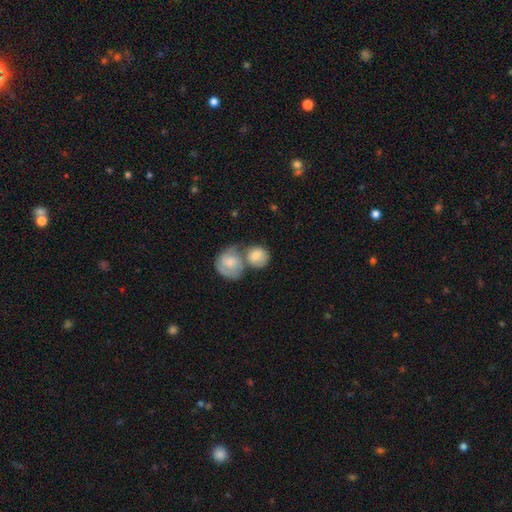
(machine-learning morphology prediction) A smooth galaxy with no disk features (69%) that is round (72%). Merging: merger (58%).